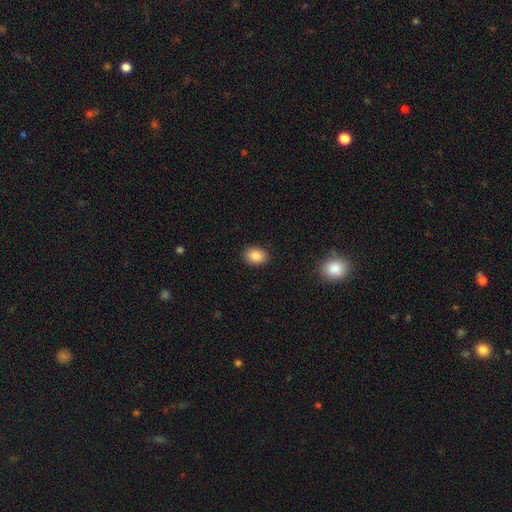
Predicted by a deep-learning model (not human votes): Smooth or featured?
  - smooth: 86% *
  - star or artifact: 9%
  - featured or disk: 6%
How rounded?
  - in between: 68% *
  - round: 31%
  - cigar-shaped: 1%
Merging?
  - none: 89% *
  - minor disturbance: 8%
  - major disturbance: 2%
  - merger: 1%